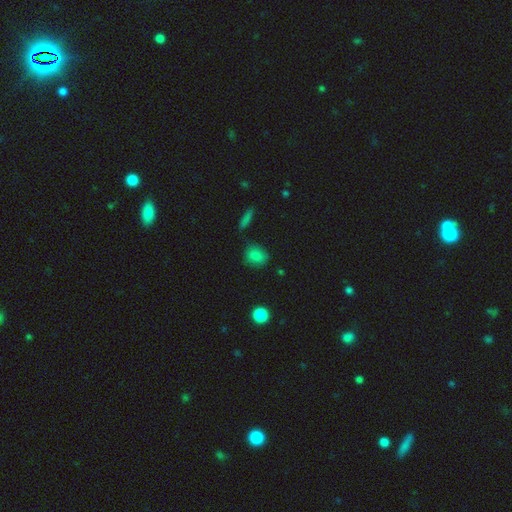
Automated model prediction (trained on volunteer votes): Q: Smooth or featured?
A: smooth (83%); runner-up: star or artifact (10%)
Q: How rounded?
A: round (55%); runner-up: in between (42%)
Q: Merging?
A: none (75%); runner-up: minor disturbance (17%)